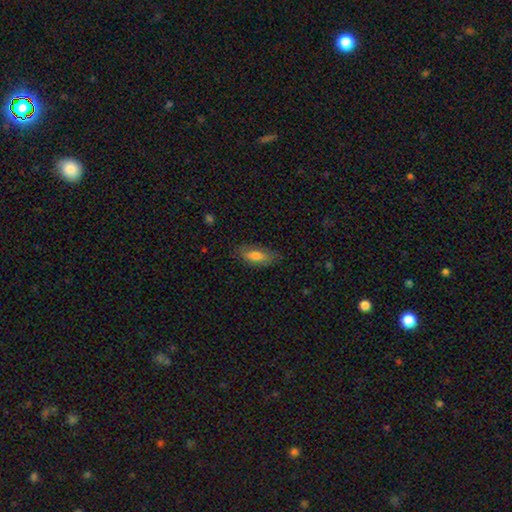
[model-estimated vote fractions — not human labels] A smooth galaxy with no disk features (73%) that is in between round and cigar-shaped (76%).

Vote fractions:
- Smooth or featured? smooth: 73% / featured or disk: 21% / star or artifact: 7%
- How rounded? in between: 76% / cigar-shaped: 21% / round: 3%
- Merging? none: 78% / minor disturbance: 16% / major disturbance: 4% / merger: 1%